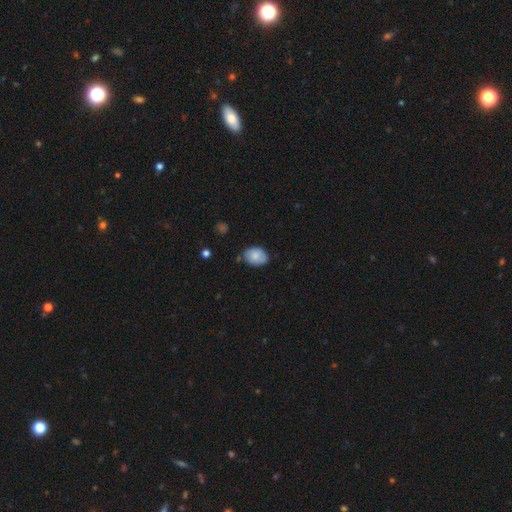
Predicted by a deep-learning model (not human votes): This is likely a smooth galaxy (77%). How rounded: likely in between (74%). Merging: likely none (69%).